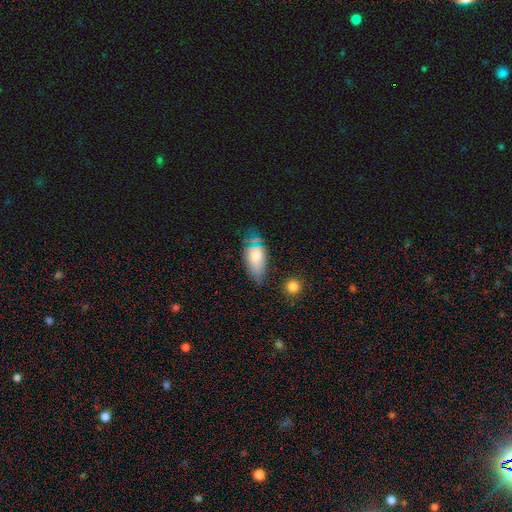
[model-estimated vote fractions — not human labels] smooth 70%, featured or disk 17%, star or artifact 14%. Down the decision tree: how rounded — in between (86%); merging — none (53%).